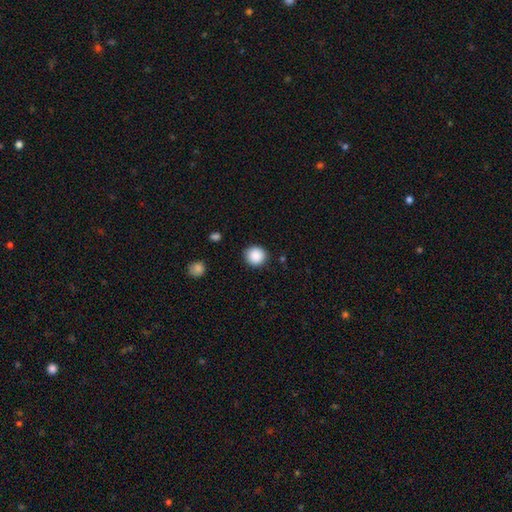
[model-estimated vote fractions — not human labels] This appears to be a smooth galaxy with no disk features (89%) that is round (94%). Merging: none (90%).